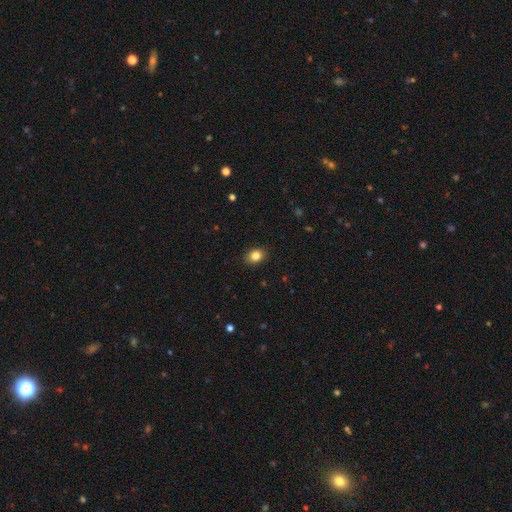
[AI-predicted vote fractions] This is clearly a smooth galaxy (84%). How rounded: possibly in between (53%). Merging: clearly none (90%).